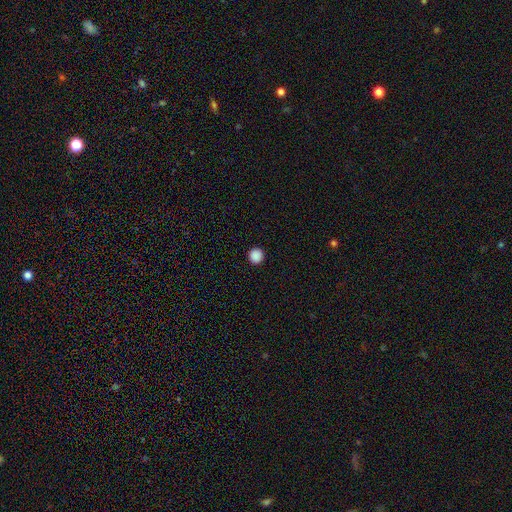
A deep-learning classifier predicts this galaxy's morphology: This is clearly a smooth galaxy (88%). How rounded: clearly round (95%). Merging: clearly none (94%).